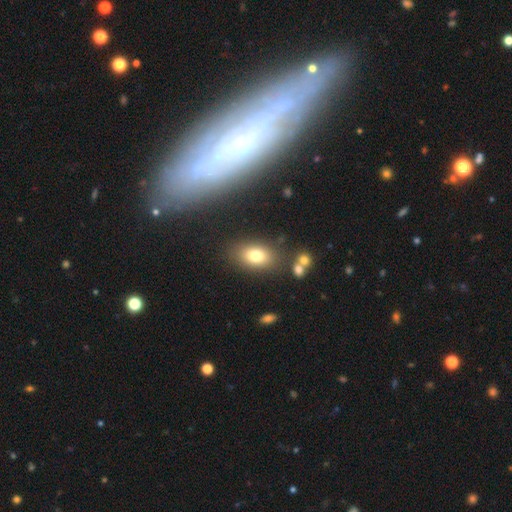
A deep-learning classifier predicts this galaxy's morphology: Q: Smooth or featured?
A: smooth (77%); runner-up: featured or disk (12%)
Q: How rounded?
A: in between (82%); runner-up: round (16%)
Q: Merging?
A: none (79%); runner-up: minor disturbance (11%)